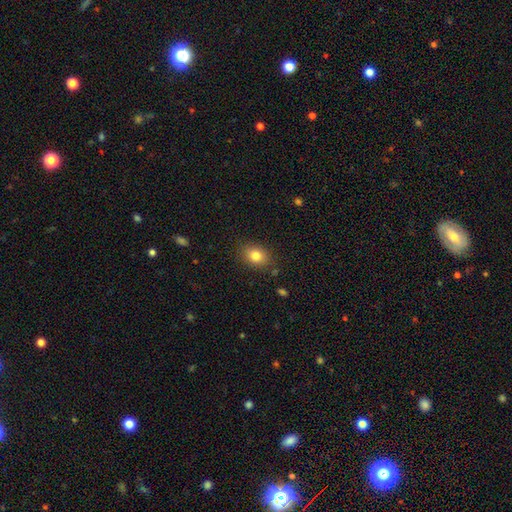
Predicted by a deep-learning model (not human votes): Smooth or featured? Predicted: smooth (p=0.82). How rounded? Predicted: in between (p=0.64). Merging? Predicted: none (p=0.85).